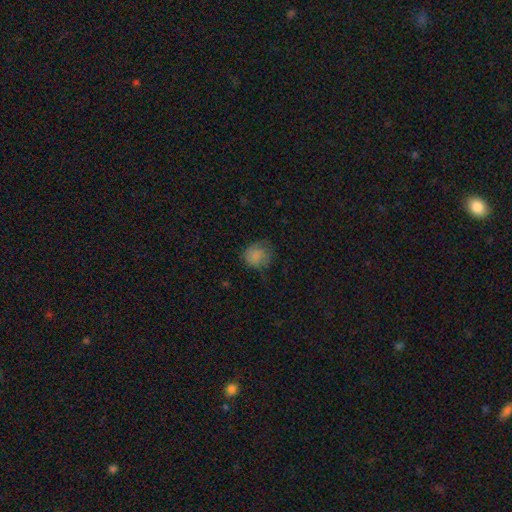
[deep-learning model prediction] smooth-or-featured: smooth: 78% | featured or disk: 12% | star or artifact: 10%
  how-rounded: round: 76% | in between: 23% | cigar-shaped: 1%
  merging: none: 57% | minor disturbance: 28% | major disturbance: 14% | merger: 1%